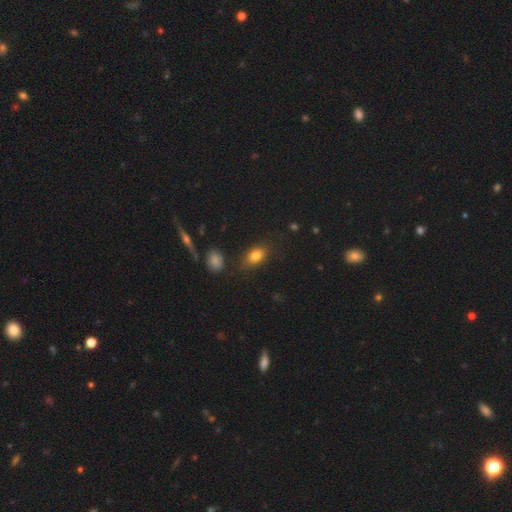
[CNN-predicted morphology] Smooth or featured: smooth — 79% (featured or disk — 11%)
How rounded: in between — 78% (round — 18%)
Merging: none — 75% (minor disturbance — 16%)